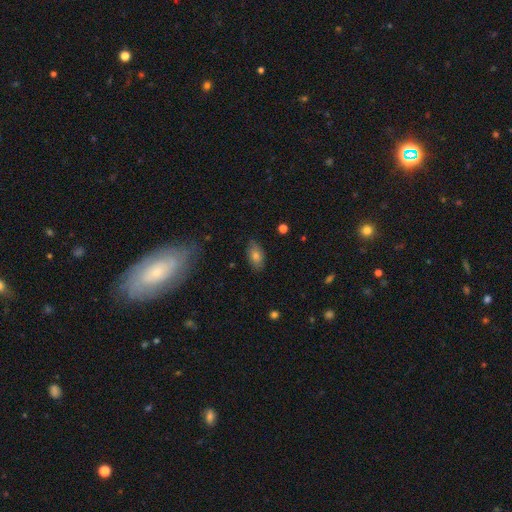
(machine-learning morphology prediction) Smooth or featured? Predicted: smooth (p=0.75). How rounded? Predicted: in between (p=0.91). Merging? Predicted: none (p=0.84).